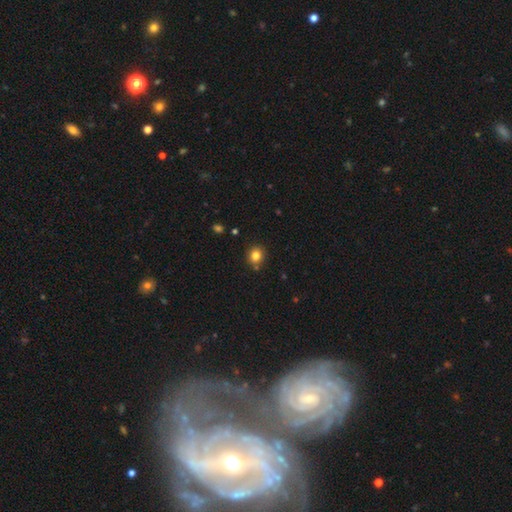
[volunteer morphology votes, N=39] type=smooth (90%); roundness=round (86%); merging=none (76%).